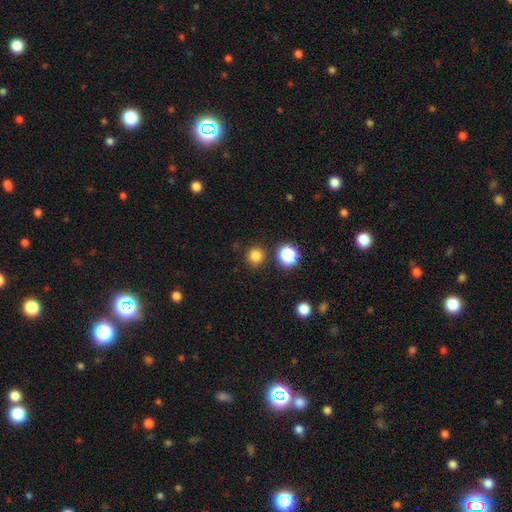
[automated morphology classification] This is clearly a smooth galaxy (80%). How rounded: clearly round (94%). Merging: clearly none (87%).